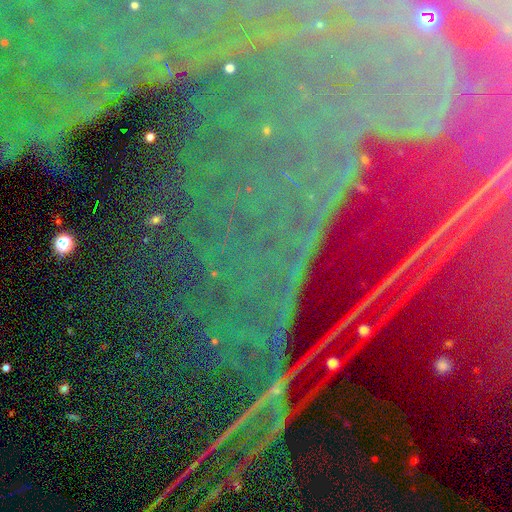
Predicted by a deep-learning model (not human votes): Overall: star or artifact (86%).